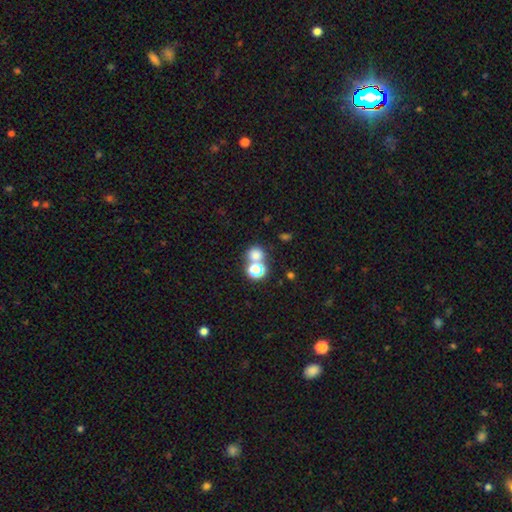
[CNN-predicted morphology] Smooth or featured: smooth — 70% (star or artifact — 22%)
How rounded: round — 81% (in between — 18%)
Merging: none — 54% (merger — 35%)